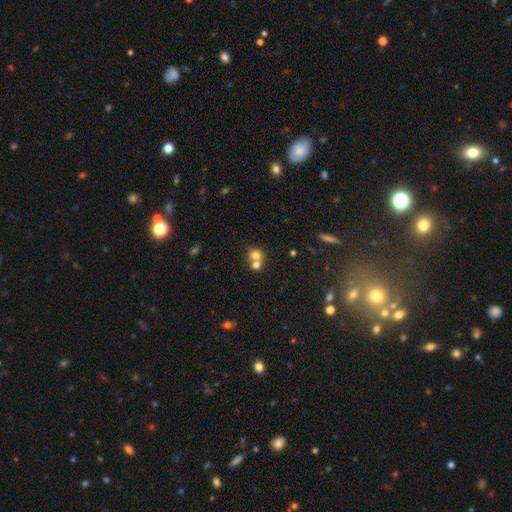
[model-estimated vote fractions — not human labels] Overall: smooth (73%). How rounded: round (78%). Merging: merger (57%; none 35%).